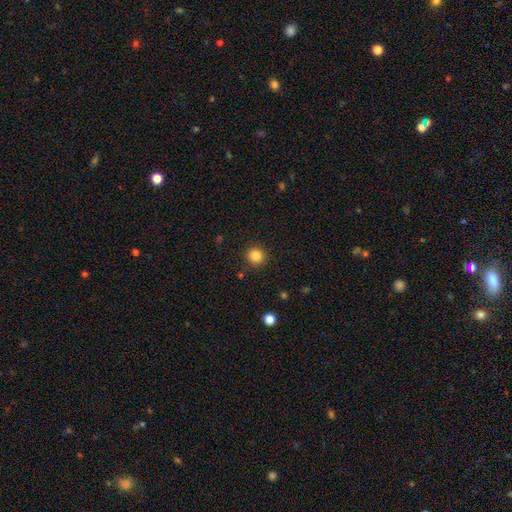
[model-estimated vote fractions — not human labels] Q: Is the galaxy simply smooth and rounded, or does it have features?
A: smooth — 85%.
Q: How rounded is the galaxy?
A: round — 93%.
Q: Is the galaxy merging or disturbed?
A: none — 90%.